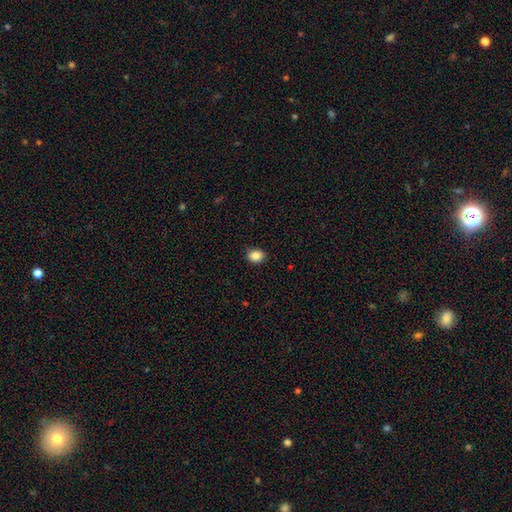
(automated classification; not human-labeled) Smooth or featured? smooth (87%)
How rounded? in between (52%)
Merging? none (86%)